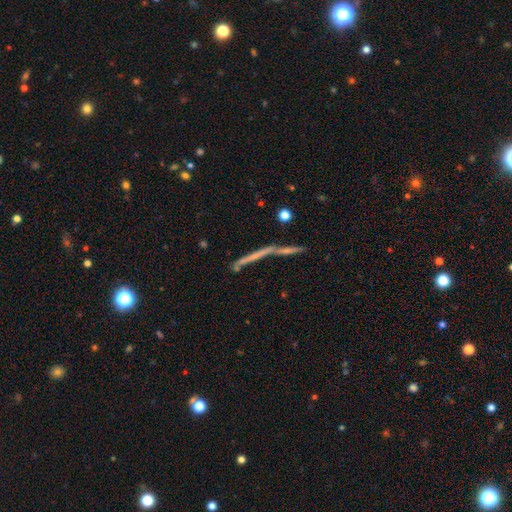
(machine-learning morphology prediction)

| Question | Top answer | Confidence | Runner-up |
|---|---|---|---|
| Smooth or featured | featured or disk | 52% | smooth (32%) |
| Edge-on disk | yes | 83% | no (17%) |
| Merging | none | 54% | merger (23%) |